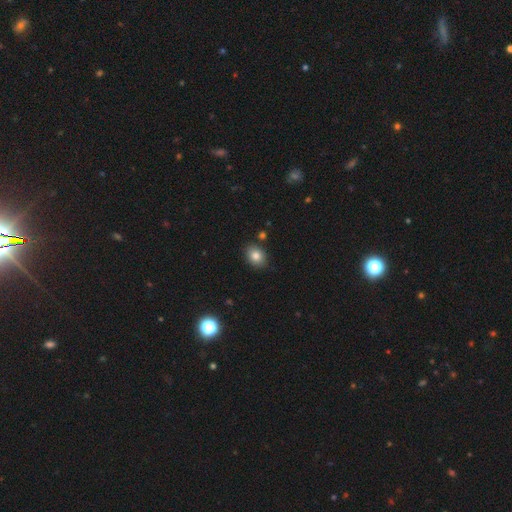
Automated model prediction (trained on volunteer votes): Smooth or featured: smooth — 82% (star or artifact — 10%)
How rounded: in between — 60% (round — 39%)
Merging: none — 86% (minor disturbance — 10%)